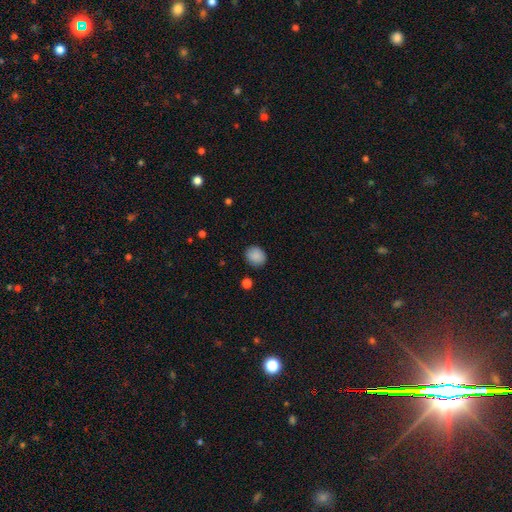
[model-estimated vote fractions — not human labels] This is clearly a smooth galaxy (88%). How rounded: likely round (73%). Merging: clearly none (87%).